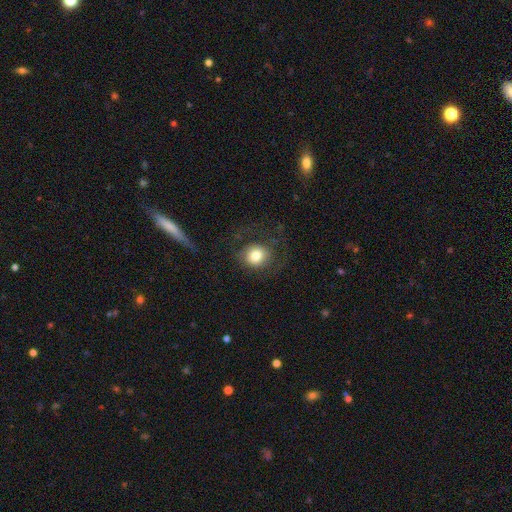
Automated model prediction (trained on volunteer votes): A smooth galaxy with no disk features (77%) that is round (77%). Merging: none (67%).